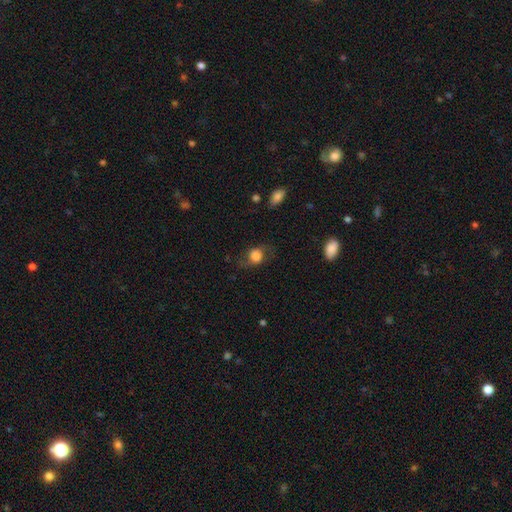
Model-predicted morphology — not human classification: Overall: smooth (61%; featured or disk 29%). How rounded: round (63%; in between 35%). Merging: none (61%).